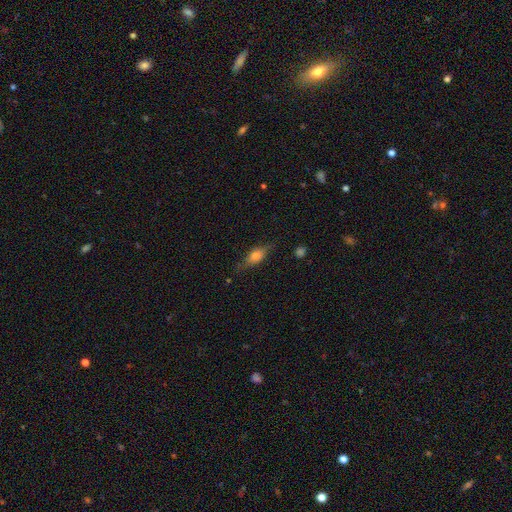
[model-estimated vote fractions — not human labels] Smooth or featured?
  - smooth: 57% *
  - featured or disk: 35%
  - star or artifact: 8%
How rounded?
  - in between: 68% *
  - cigar-shaped: 24%
  - round: 7%
Merging?
  - none: 72% *
  - minor disturbance: 20%
  - major disturbance: 6%
  - merger: 2%